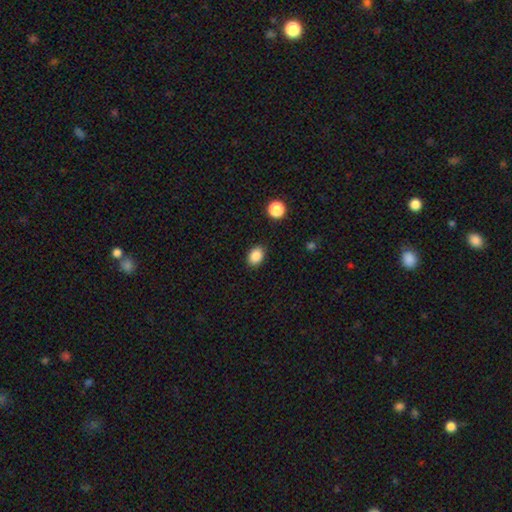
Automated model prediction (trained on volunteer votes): A smooth galaxy with no disk features (87%) that is in between round and cigar-shaped (74%). Merging: none (87%).